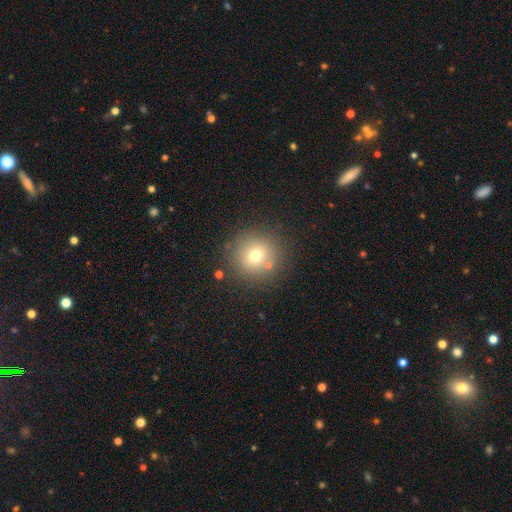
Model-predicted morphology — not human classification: Smooth or featured: smooth — 70% (star or artifact — 17%)
How rounded: round — 94% (in between — 5%)
Merging: none — 83% (minor disturbance — 8%)